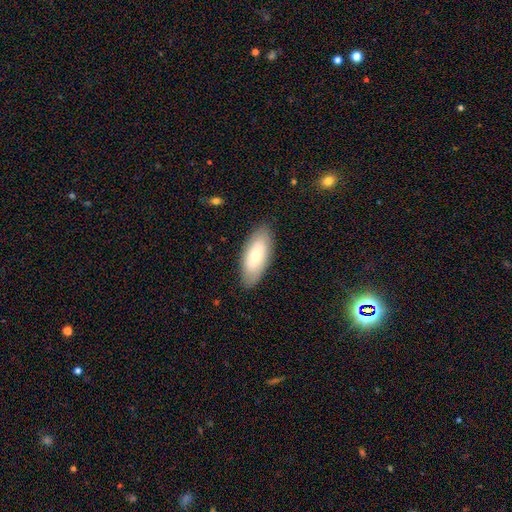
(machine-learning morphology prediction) Smooth or featured? Predicted: smooth (p=0.66). How rounded? Predicted: in between (p=0.85). Merging? Predicted: none (p=0.85).